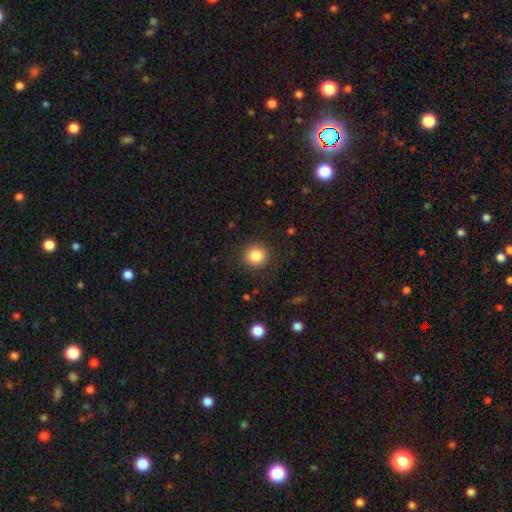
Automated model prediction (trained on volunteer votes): Overall: smooth (84%). How rounded: round (91%). Merging: none (89%).